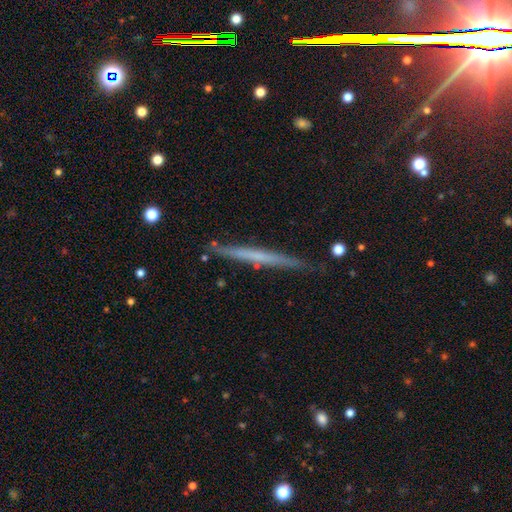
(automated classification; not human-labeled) This is possibly a featured or disk galaxy (53%). It is clearly viewed edge-on (97%). Edge-on bulge: clearly none (86%). Merging: clearly none (86%).